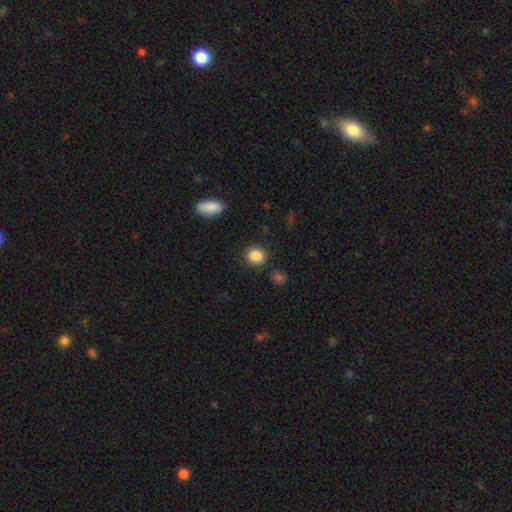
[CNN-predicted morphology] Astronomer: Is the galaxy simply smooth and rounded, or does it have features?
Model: smooth — 87%.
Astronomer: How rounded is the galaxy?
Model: round — 74%.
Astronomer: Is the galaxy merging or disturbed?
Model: none — 84%.